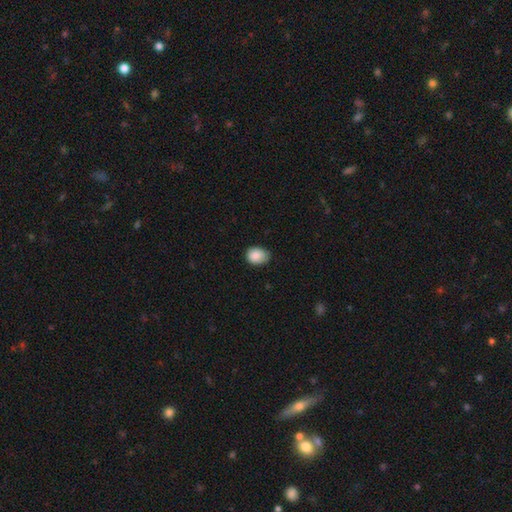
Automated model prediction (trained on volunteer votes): Smooth or featured? smooth (85%)
How rounded? in between (57%)
Merging? none (65%)